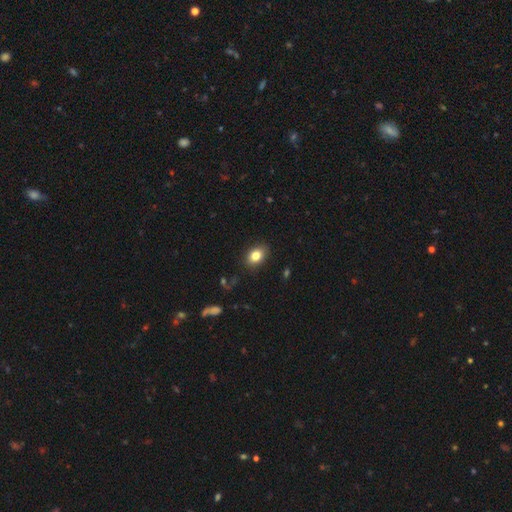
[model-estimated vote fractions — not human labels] Morphology: type=smooth (82%); roundness=in between (74%); merging=none (86%).